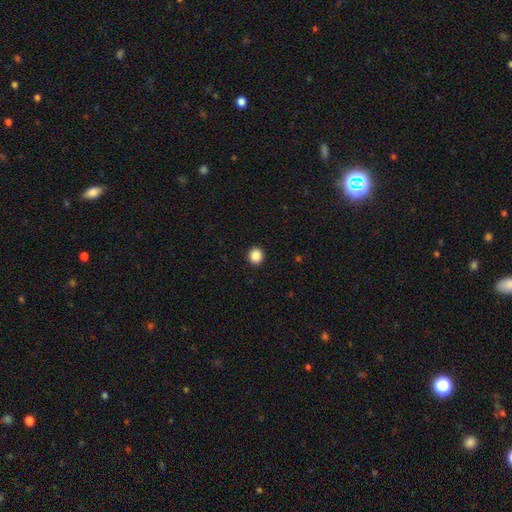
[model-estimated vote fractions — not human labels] Smooth or featured: smooth — 87% (star or artifact — 10%)
How rounded: round — 86% (in between — 13%)
Merging: none — 93% (minor disturbance — 5%)